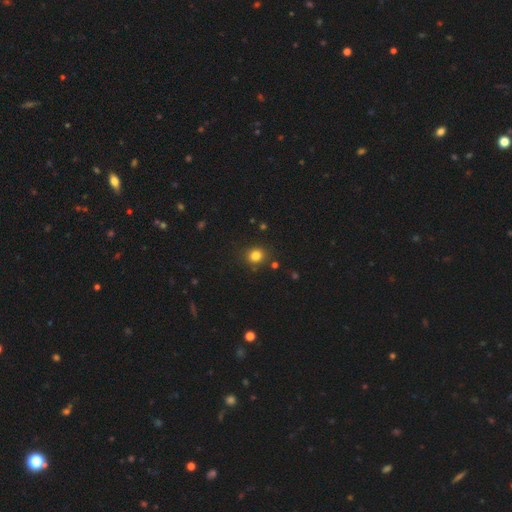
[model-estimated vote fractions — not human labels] smooth 81%, star or artifact 13%, featured or disk 5%. Down the decision tree: how rounded — round (79%); merging — none (87%).